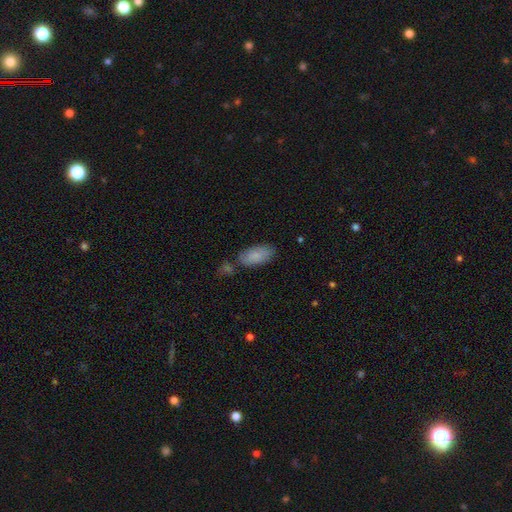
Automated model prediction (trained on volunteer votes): Morphology: type=smooth (84%); roundness=in between (89%); merging=none (69%).